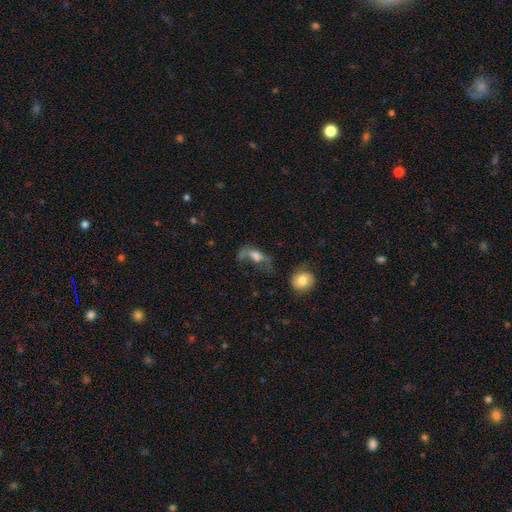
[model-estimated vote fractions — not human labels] Smooth or featured? smooth (46%)
Merging? major disturbance (41%)